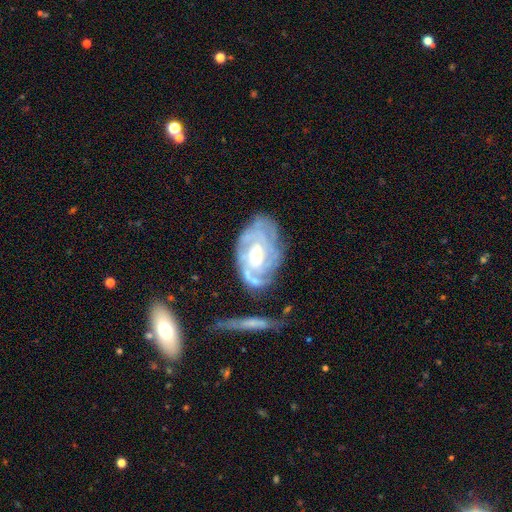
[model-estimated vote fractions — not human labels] Overall: featured or disk (83%). Edge-on disk: no (96%). Bar: no (46%; weak 42%). Spiral arms: yes (90%). Spiral arm count: can't tell (43%; 2 18%). Spiral winding: tight (64%; medium 28%). Bulge size: moderate (68%). Merging: none (55%; minor disturbance 23%).